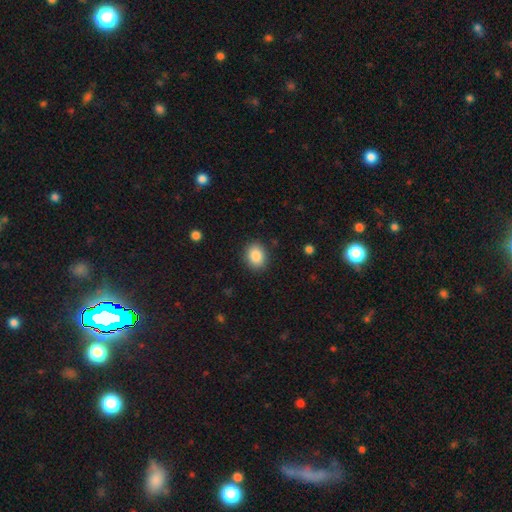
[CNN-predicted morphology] Overall: smooth (87%). How rounded: round (52%; in between 47%). Merging: none (88%).